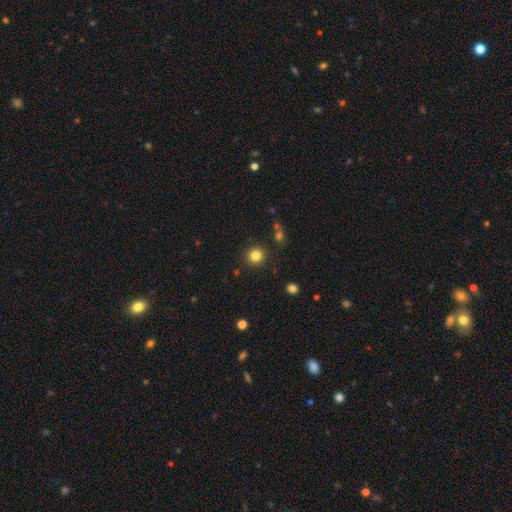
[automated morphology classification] Smooth or featured? smooth (82%)
How rounded? round (93%)
Merging? none (88%)